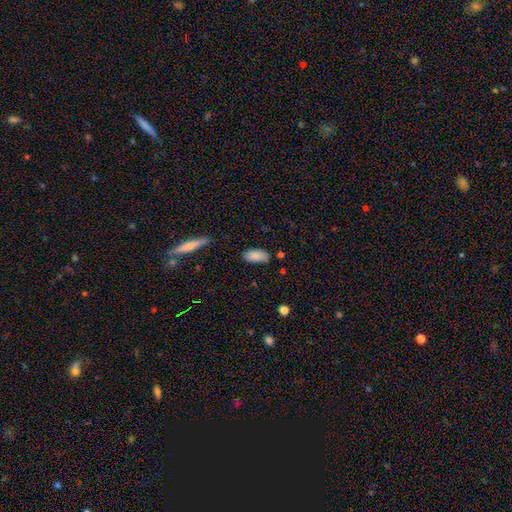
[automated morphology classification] This appears to be a smooth galaxy with no disk features (87%) that is in between round and cigar-shaped (90%). Merging: none (78%).